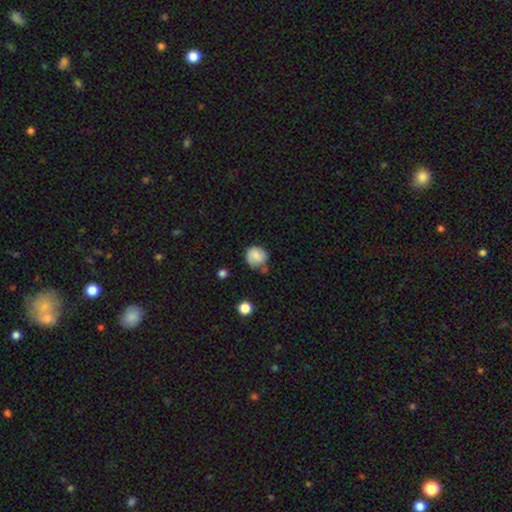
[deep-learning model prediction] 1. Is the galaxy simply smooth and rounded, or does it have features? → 77% smooth, 15% featured or disk, 9% star or artifact.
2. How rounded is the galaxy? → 83% round, 16% in between, 1% cigar-shaped.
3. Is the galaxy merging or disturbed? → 62% none, 25% minor disturbance, 7% merger, 7% major disturbance.